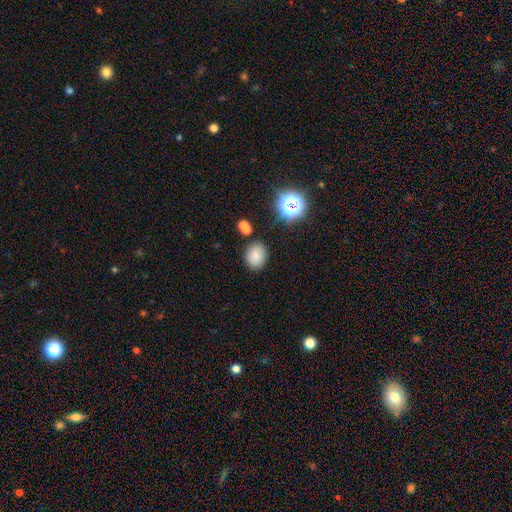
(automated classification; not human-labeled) Overall: smooth (80%). How rounded: round (53%; in between 46%). Merging: none (82%).